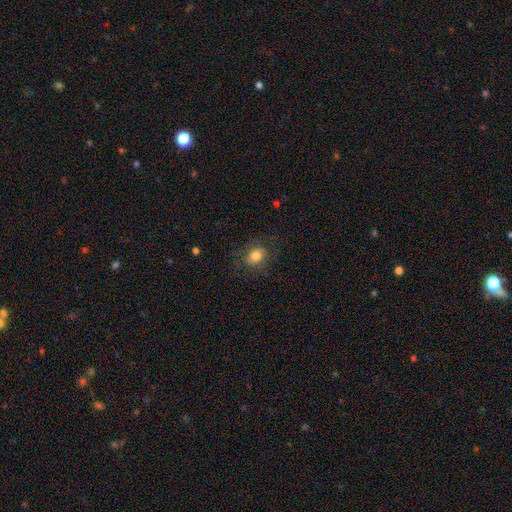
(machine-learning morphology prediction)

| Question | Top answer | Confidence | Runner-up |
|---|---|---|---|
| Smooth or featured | smooth | 72% | featured or disk (18%) |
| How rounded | in between | 53% | round (46%) |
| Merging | none | 71% | minor disturbance (17%) |